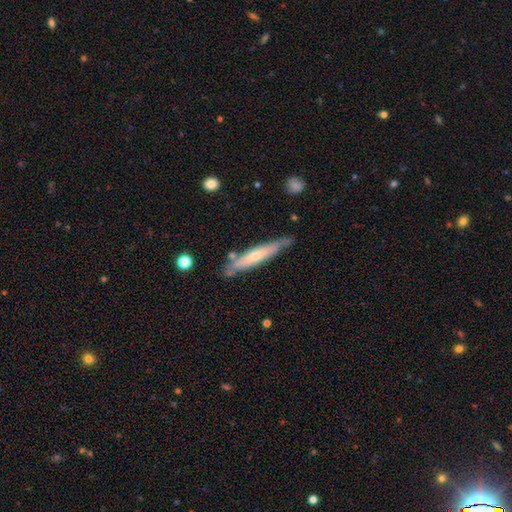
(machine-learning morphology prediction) Smooth or featured? featured or disk (52%)
Edge-on disk? yes (86%)
Merging? none (74%)